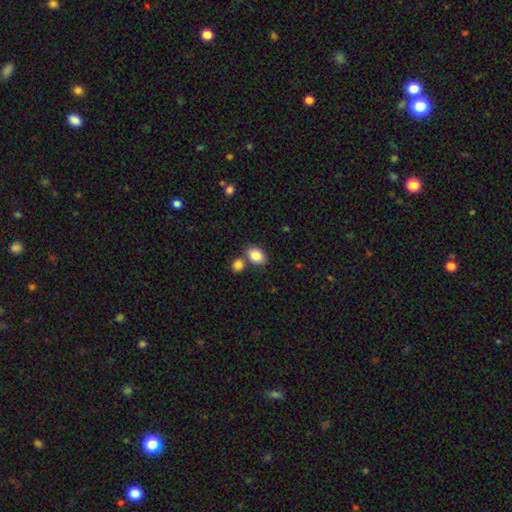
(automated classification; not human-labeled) smooth-or-featured: smooth: 86% | star or artifact: 8% | featured or disk: 7%
  how-rounded: in between: 81% | round: 18% | cigar-shaped: 1%
  merging: none: 63% | merger: 24% | minor disturbance: 11% | major disturbance: 3%